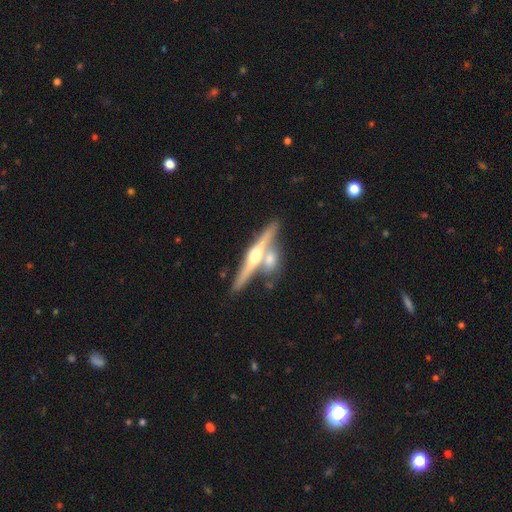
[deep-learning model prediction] Smooth or featured?
  - featured or disk: 73% *
  - smooth: 22%
  - star or artifact: 5%
Edge-on disk?
  - yes: 95% *
  - no: 5%
Edge-on bulge?
  - rounded: 93% *
  - none: 3%
  - boxy: 3%
Merging?
  - none: 52% *
  - merger: 35%
  - minor disturbance: 10%
  - major disturbance: 3%